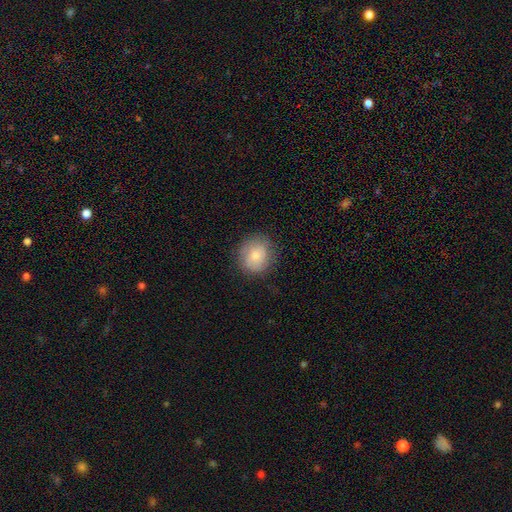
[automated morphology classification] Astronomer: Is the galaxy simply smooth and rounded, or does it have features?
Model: smooth — 76%.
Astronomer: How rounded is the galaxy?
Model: round — 86%.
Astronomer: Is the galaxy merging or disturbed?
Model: none — 80%.